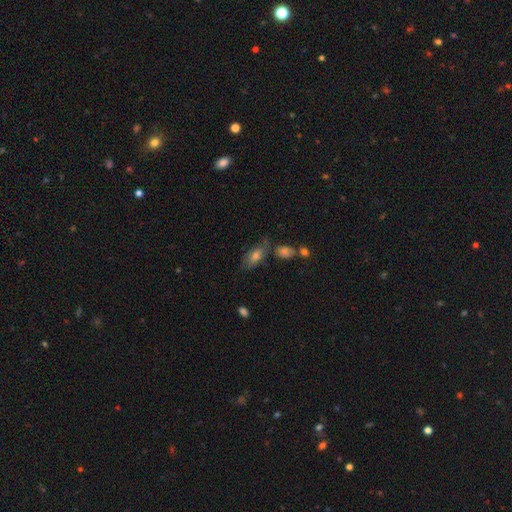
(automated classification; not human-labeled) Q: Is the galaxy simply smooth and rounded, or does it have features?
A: smooth — 62%.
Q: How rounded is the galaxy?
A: in between — 83%.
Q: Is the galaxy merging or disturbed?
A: none — 59%.